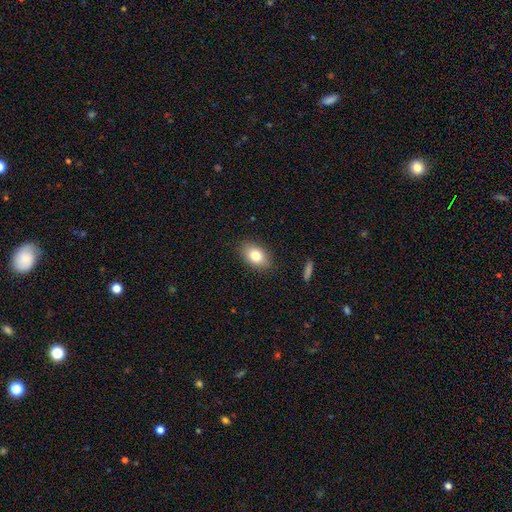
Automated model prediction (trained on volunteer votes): Q: Smooth or featured?
A: smooth (81%); runner-up: featured or disk (11%)
Q: How rounded?
A: in between (84%); runner-up: round (14%)
Q: Merging?
A: none (86%); runner-up: minor disturbance (10%)